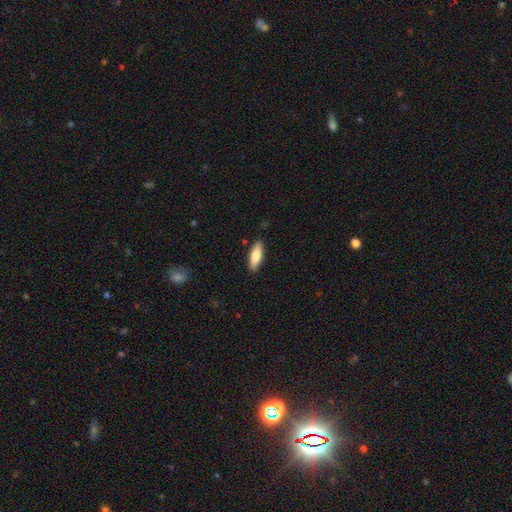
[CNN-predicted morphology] smooth 75%, featured or disk 20%, star or artifact 6%. Down the decision tree: how rounded — in between (57%); merging — none (88%).